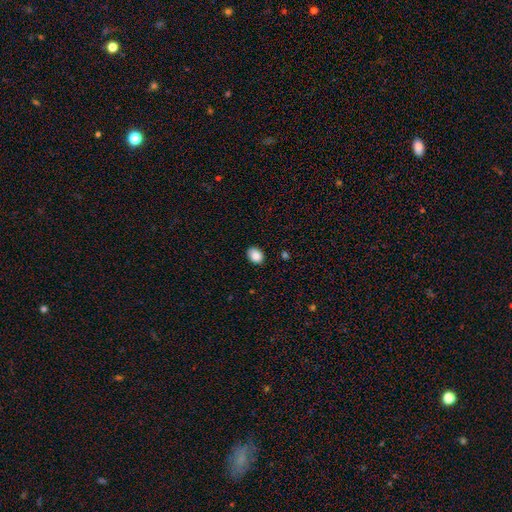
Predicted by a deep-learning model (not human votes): The model was most divided on "how rounded": in between: 66%, round: 34%, cigar-shaped: 1%. More confident: smooth or featured — smooth (89%); merging — none (87%).